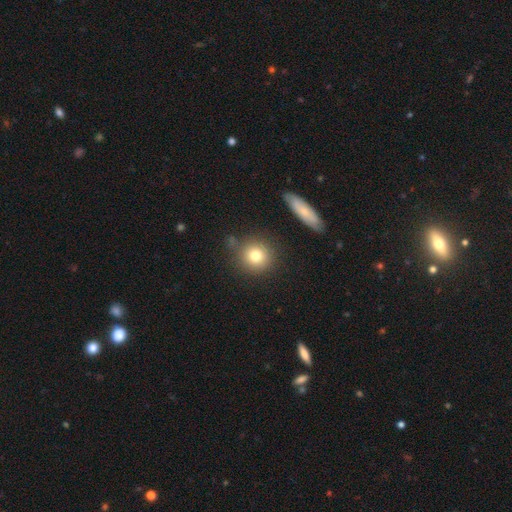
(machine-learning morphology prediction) This appears to be a smooth galaxy with no disk features (79%) that is round (92%). Merging: none (80%).